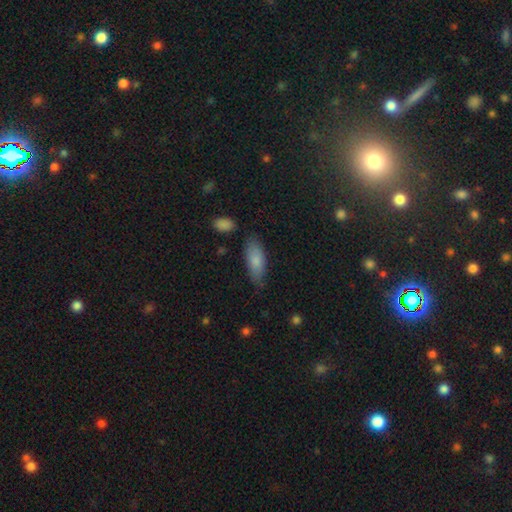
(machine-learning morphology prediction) Overall: smooth (80%). How rounded: in between (73%). Merging: none (78%).